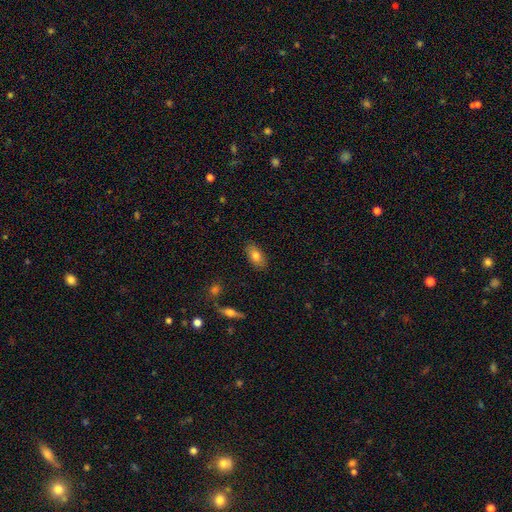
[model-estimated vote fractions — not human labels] Smooth or featured: smooth — 77% (featured or disk — 15%)
How rounded: in between — 91% (round — 5%)
Merging: none — 86% (minor disturbance — 10%)